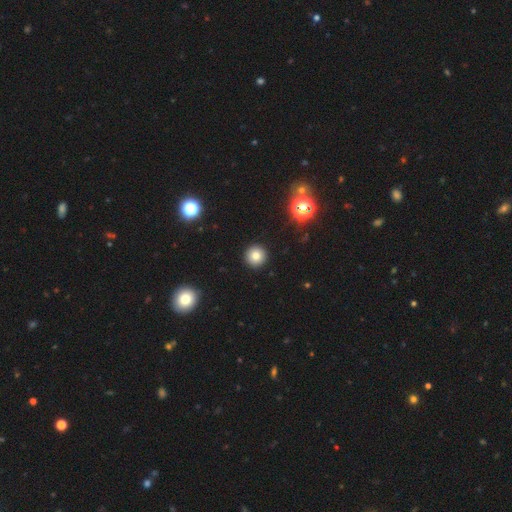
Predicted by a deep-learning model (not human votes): The model was most divided on "smooth or featured": smooth: 80%, star or artifact: 13%, featured or disk: 7%. More confident: how rounded — round (96%); merging — none (93%).